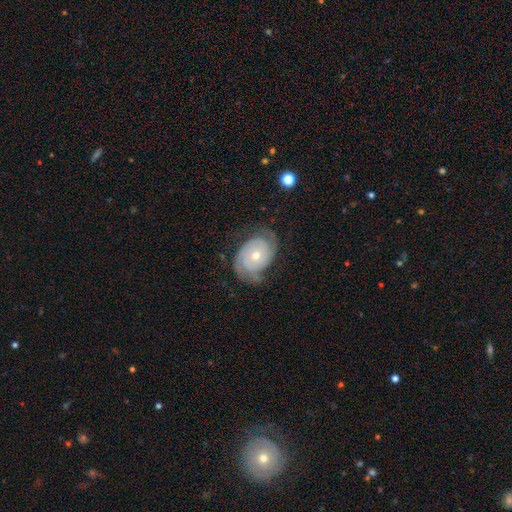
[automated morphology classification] Smooth or featured? Predicted: featured or disk (p=0.83). Edge-on disk? Predicted: no (p=0.97). Bar? Predicted: no (p=0.80). Spiral arms? Predicted: yes (p=0.94). Spiral winding? Predicted: tight (p=0.63). Spiral arm count? Predicted: 2 (p=0.64). Bulge size? Predicted: small (p=0.49). Merging? Predicted: none (p=0.68).